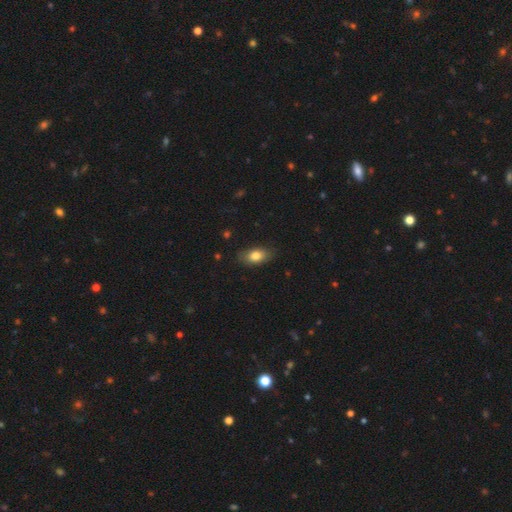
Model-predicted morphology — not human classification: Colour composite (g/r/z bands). It shows a smooth galaxy with no disk features (80%) that is in between round and cigar-shaped (87%). Merging: none (83%).